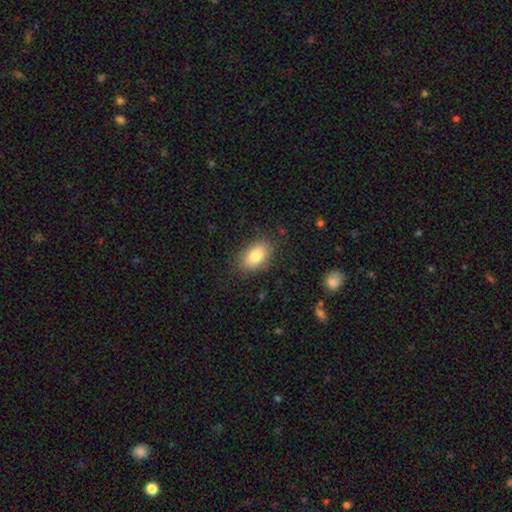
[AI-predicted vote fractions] This is clearly a smooth galaxy (82%). How rounded: clearly in between (89%). Merging: clearly none (84%).